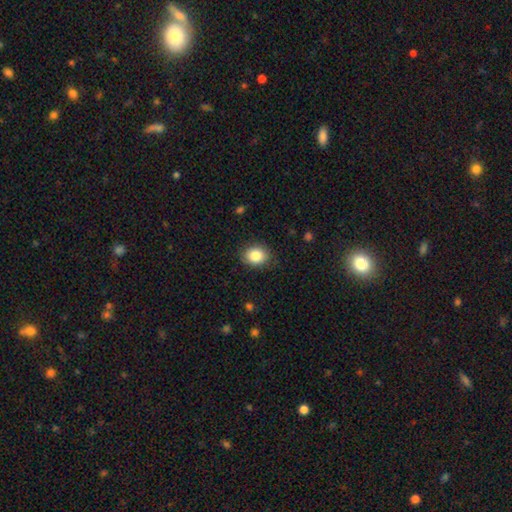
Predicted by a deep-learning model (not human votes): This is clearly a smooth galaxy (85%). How rounded: possibly round (52%). Merging: clearly none (85%).